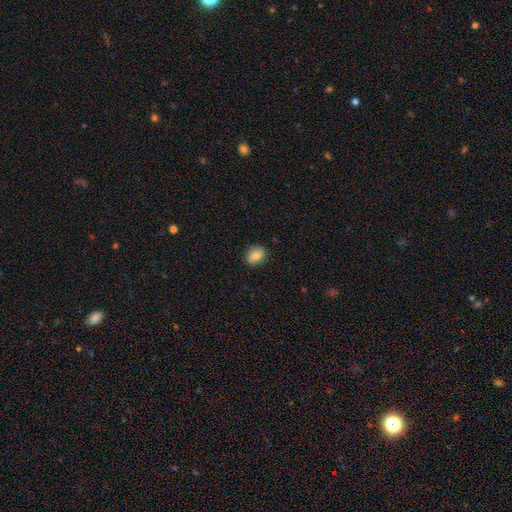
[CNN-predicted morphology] smooth_or_featured: smooth (p=0.81) [alt: featured or disk p=0.10]
how_rounded: in between (p=0.57) [alt: round p=0.42]
merging: none (p=0.86) [alt: minor disturbance p=0.10]